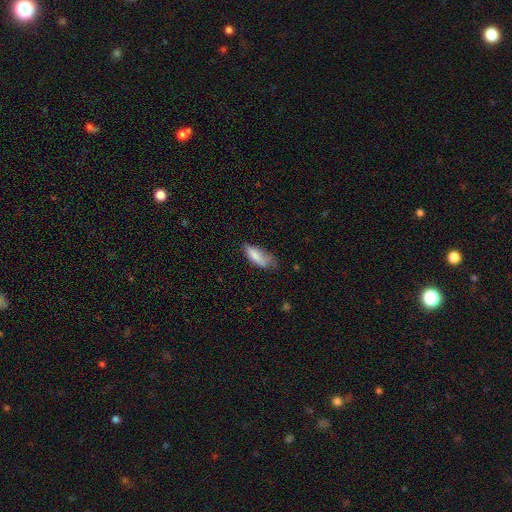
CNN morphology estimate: The model was most divided on "merging": minor disturbance: 39%, none: 38%, major disturbance: 20%, merger: 3%. More confident: smooth or featured — smooth (79%); how rounded — in between (72%).